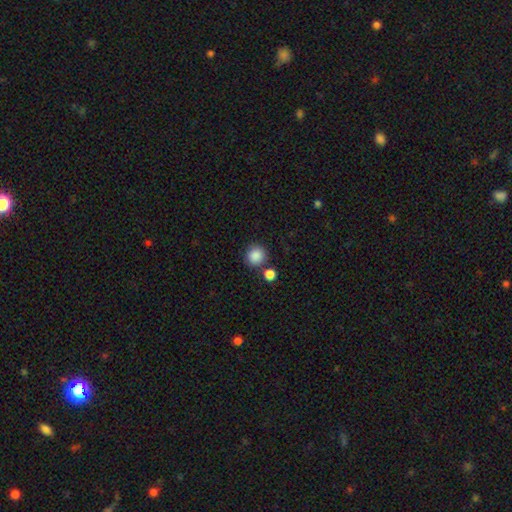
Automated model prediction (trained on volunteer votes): smooth_or_featured: smooth (p=0.87) [alt: star or artifact p=0.09]
how_rounded: round (p=0.92) [alt: in between p=0.07]
merging: none (p=0.78) [alt: merger p=0.11]